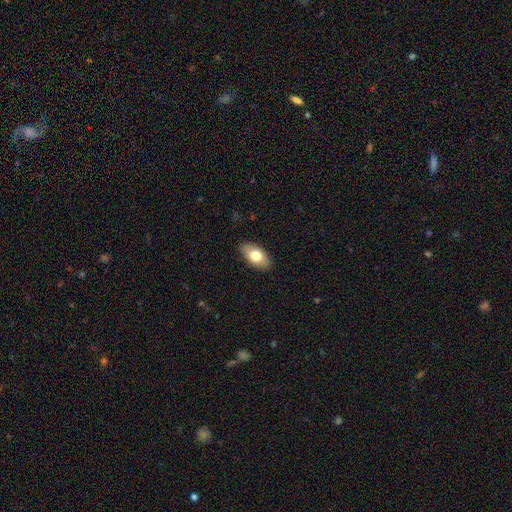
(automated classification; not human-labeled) Smooth or featured: smooth — 75% (featured or disk — 19%)
How rounded: in between — 93% (round — 5%)
Merging: none — 87% (minor disturbance — 10%)